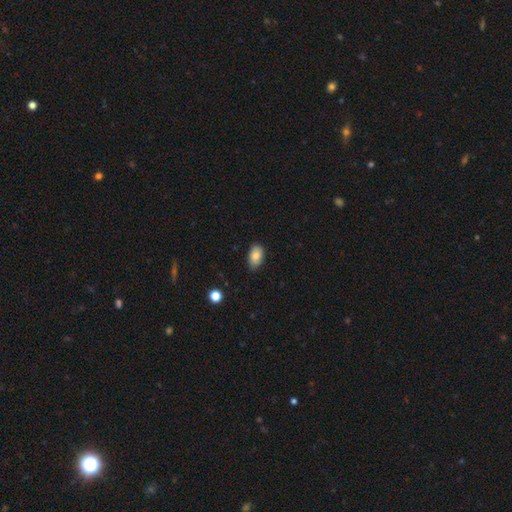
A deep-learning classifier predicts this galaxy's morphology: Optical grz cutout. It shows a smooth galaxy with no disk features (84%) that is in between round and cigar-shaped (92%). Merging: none (82%).